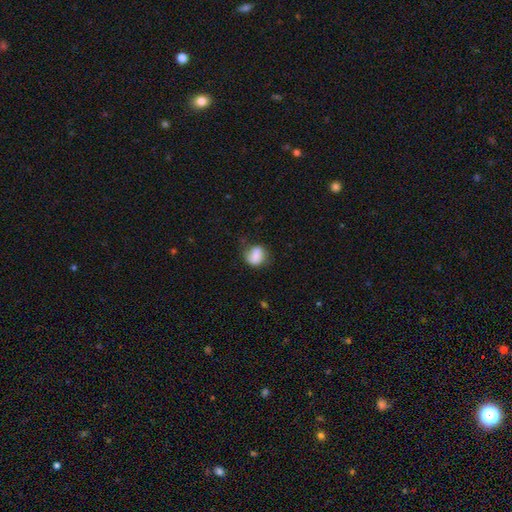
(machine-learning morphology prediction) Smooth or featured? smooth (73%)
How rounded? round (63%)
Merging? none (61%)